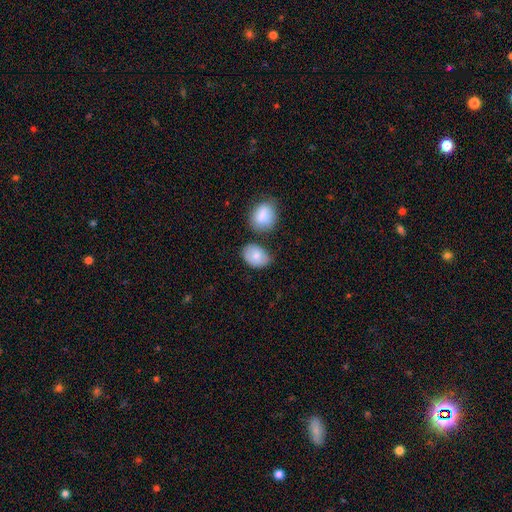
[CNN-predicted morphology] This is likely a smooth galaxy (80%). How rounded: likely in between (78%). Merging: possibly none (58%).